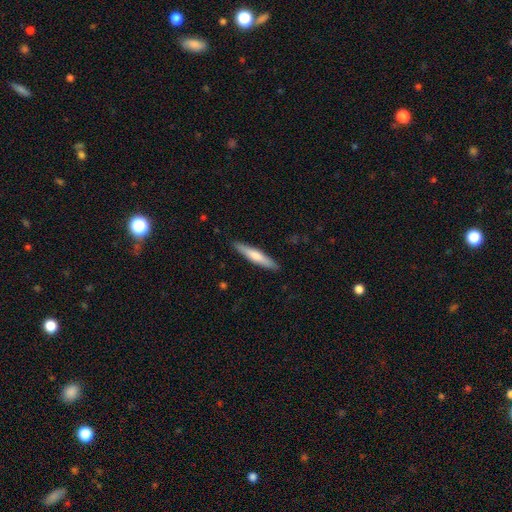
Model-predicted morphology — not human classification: Q: Smooth or featured?
A: smooth (63%); runner-up: featured or disk (32%)
Q: How rounded?
A: cigar-shaped (90%); runner-up: in between (8%)
Q: Merging?
A: none (90%); runner-up: minor disturbance (7%)